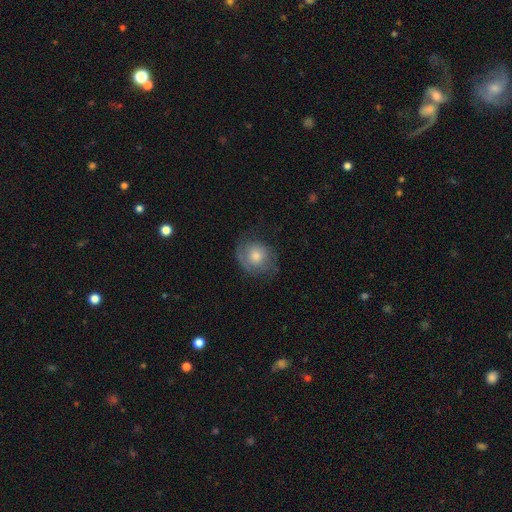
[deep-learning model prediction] The model was most divided on "smooth or featured": featured or disk: 48%, smooth: 43%, star or artifact: 9%. More confident: merging — none (68%).